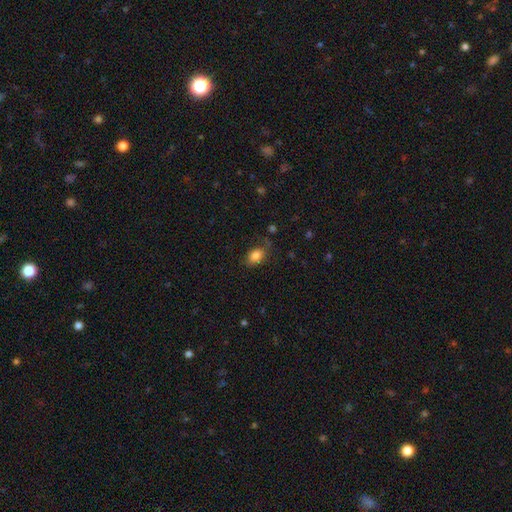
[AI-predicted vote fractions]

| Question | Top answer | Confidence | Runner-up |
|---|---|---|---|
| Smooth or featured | smooth | 84% | star or artifact (10%) |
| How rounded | in between | 76% | round (23%) |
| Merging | none | 72% | minor disturbance (20%) |